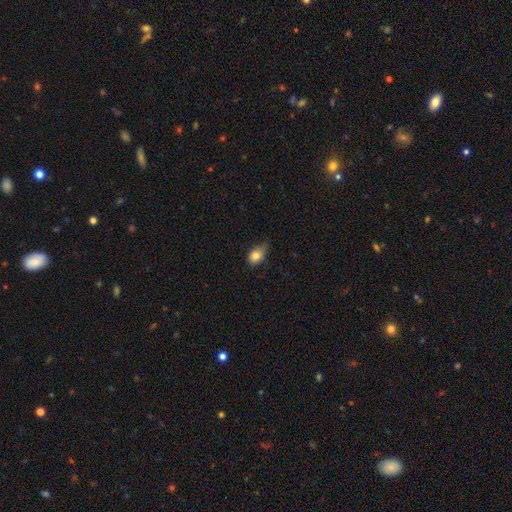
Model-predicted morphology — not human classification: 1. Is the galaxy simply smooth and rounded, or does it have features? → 81% smooth, 10% featured or disk, 9% star or artifact.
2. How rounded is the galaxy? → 74% in between, 24% round, 2% cigar-shaped.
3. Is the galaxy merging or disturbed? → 44% minor disturbance (tied), 44% none (tied), 10% major disturbance, 2% merger.